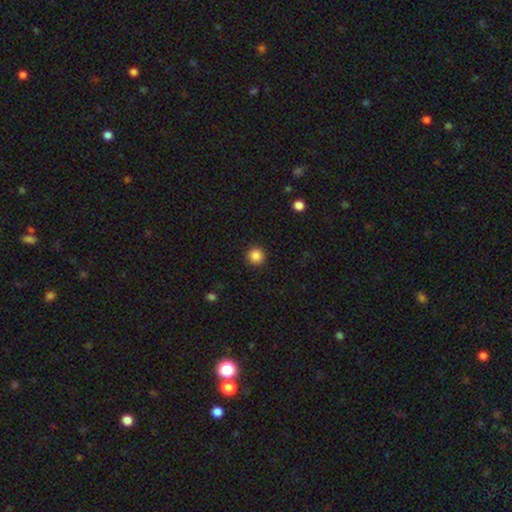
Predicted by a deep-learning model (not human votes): A smooth galaxy with no disk features (86%) that is round (95%). Merging: none (93%).